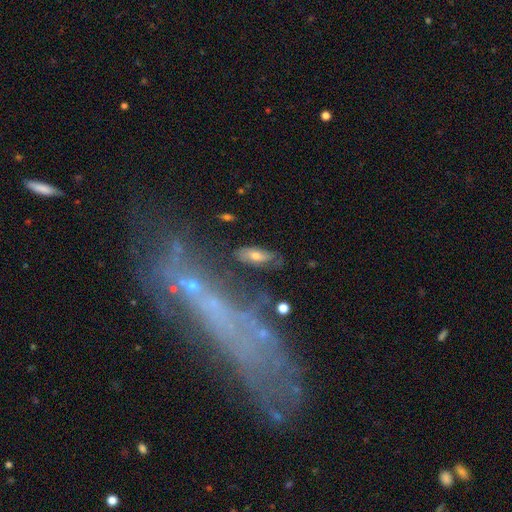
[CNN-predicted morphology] Smooth or featured?
  - smooth: 60% *
  - featured or disk: 31%
  - star or artifact: 10%
How rounded?
  - in between: 77% *
  - cigar-shaped: 19%
  - round: 4%
Merging?
  - none: 73% *
  - minor disturbance: 15%
  - major disturbance: 6%
  - merger: 6%